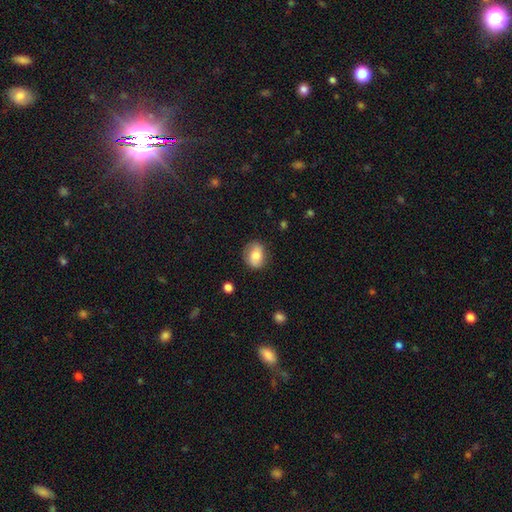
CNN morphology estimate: Overall: smooth (72%). How rounded: in between (51%; round 48%). Merging: none (77%).